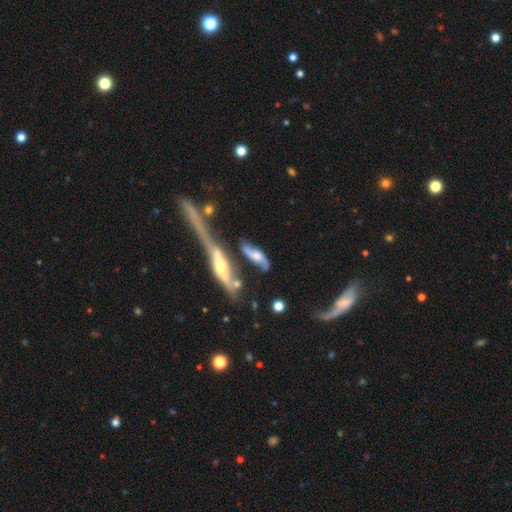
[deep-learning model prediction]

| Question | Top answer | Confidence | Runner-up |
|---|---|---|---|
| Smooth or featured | featured or disk | 71% | smooth (23%) |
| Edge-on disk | no | 69% | yes (31%) |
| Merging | none | 45% | merger (22%) |